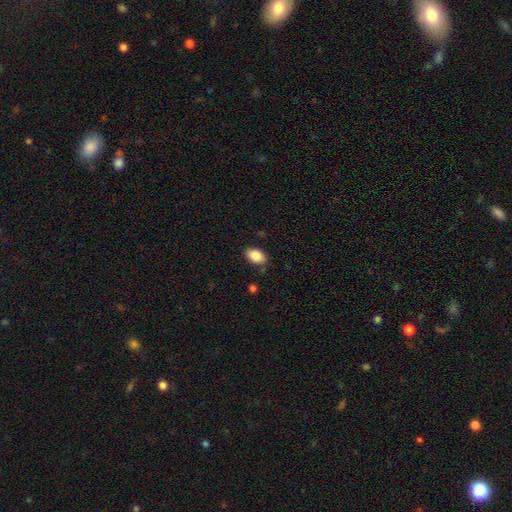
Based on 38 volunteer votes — Smooth or featured? smooth (92%)
How rounded? in between (89%)
Merging? none (81%)